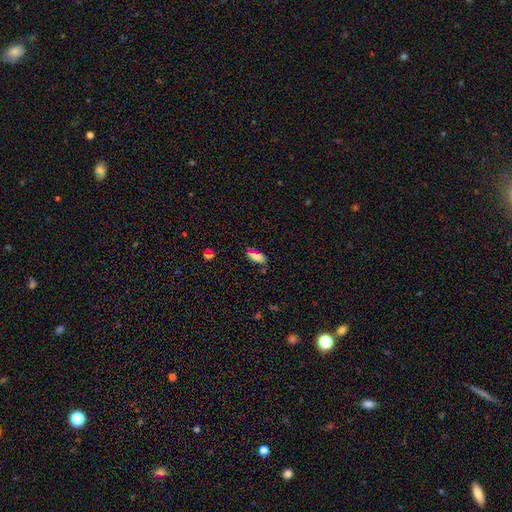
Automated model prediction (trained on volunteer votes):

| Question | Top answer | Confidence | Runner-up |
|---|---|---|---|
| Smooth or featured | smooth | 81% | star or artifact (10%) |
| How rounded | in between | 80% | cigar-shaped (17%) |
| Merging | none | 74% | minor disturbance (19%) |